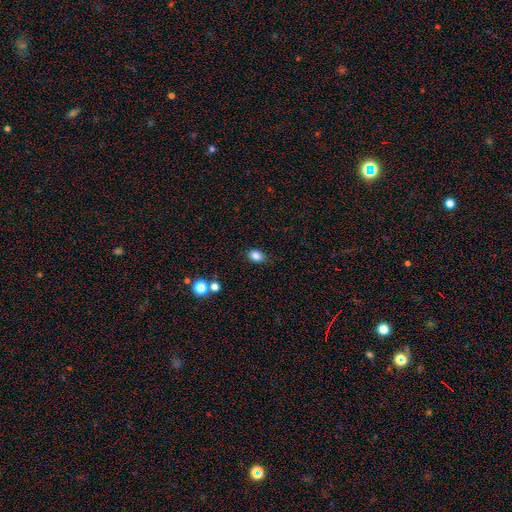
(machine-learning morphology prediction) The model was most divided on "how rounded": in between: 70%, round: 29%, cigar-shaped: 1%. More confident: smooth or featured — smooth (84%); merging — none (80%).